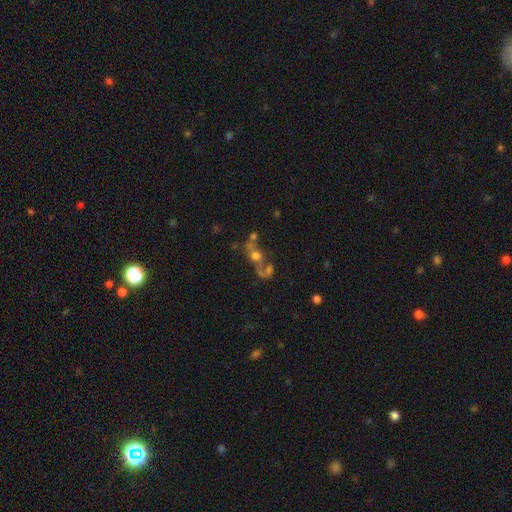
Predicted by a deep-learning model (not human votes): The model was most divided on "smooth or featured": featured or disk: 43%, smooth: 38%, star or artifact: 19%. Remaining: merging — merger (41%).